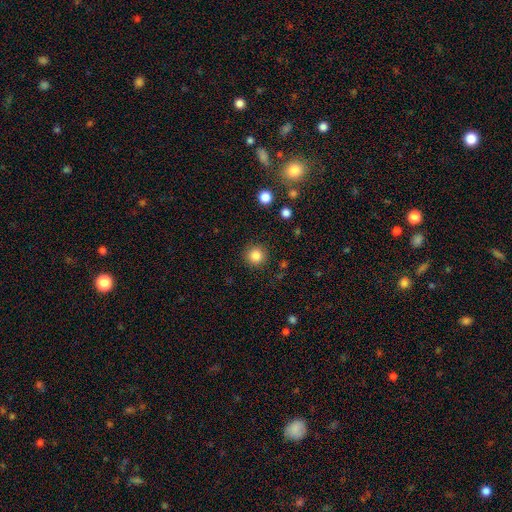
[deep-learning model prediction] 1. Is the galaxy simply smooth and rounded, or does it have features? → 84% smooth, 11% star or artifact, 5% featured or disk.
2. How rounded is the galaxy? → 95% round, 4% in between, 1% cigar-shaped.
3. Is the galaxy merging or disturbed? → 91% none, 6% minor disturbance, 2% major disturbance, 1% merger.